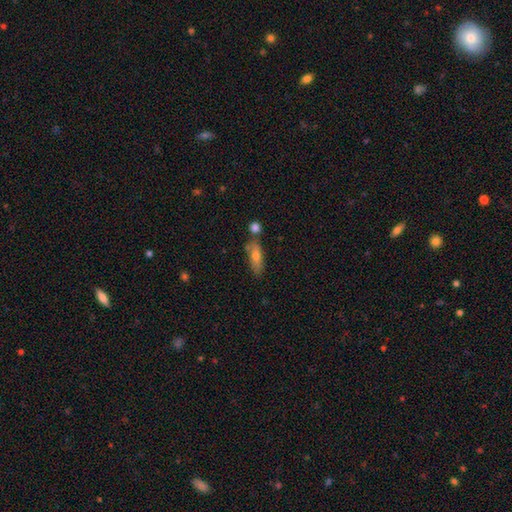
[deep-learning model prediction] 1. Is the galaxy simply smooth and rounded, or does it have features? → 62% smooth, 29% featured or disk, 9% star or artifact.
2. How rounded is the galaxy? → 54% in between, 42% cigar-shaped, 4% round.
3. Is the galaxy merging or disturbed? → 64% none, 17% minor disturbance, 15% merger, 4% major disturbance.